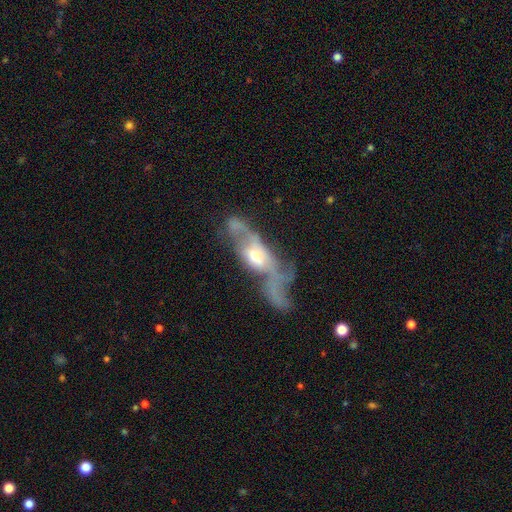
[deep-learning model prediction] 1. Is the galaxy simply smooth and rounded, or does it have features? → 67% featured or disk, 25% smooth, 8% star or artifact.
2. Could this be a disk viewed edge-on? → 79% no, 21% yes.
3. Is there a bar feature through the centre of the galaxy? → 67% no, 24% weak, 9% strong.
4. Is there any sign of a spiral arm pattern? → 52% yes, 48% no.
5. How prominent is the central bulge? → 59% moderate, 26% small, 11% large, 2% none, 2% dominant.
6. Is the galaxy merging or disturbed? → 43% major disturbance, 25% merger, 18% none, 13% minor disturbance.